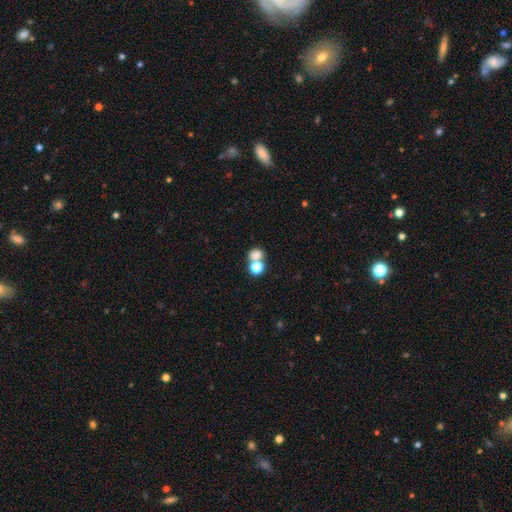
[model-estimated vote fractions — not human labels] Smooth or featured: smooth — 75% (star or artifact — 15%)
How rounded: round — 66% (in between — 33%)
Merging: merger — 49% (none — 40%)